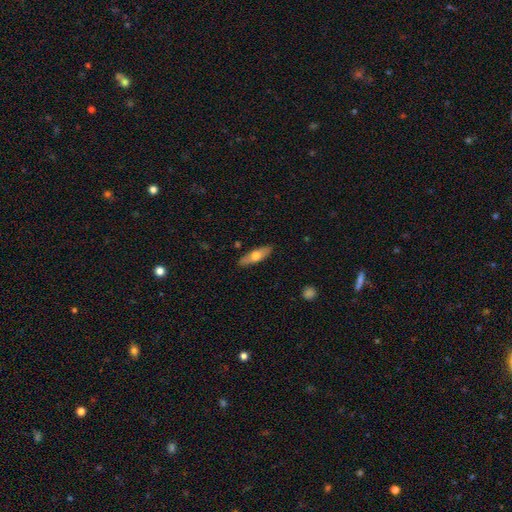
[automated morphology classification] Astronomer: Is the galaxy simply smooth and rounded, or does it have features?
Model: smooth — 59% (runner-up: featured or disk, 35%).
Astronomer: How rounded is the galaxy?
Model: in between — 55% (runner-up: cigar-shaped, 42%).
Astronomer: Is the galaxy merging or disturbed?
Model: none — 87%.